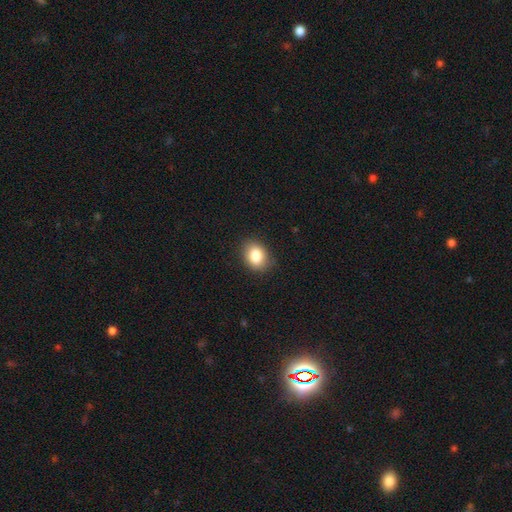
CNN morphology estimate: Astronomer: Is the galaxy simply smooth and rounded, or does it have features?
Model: smooth — 84%.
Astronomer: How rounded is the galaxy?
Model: in between — 61% (runner-up: round, 38%).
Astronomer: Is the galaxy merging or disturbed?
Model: none — 84%.